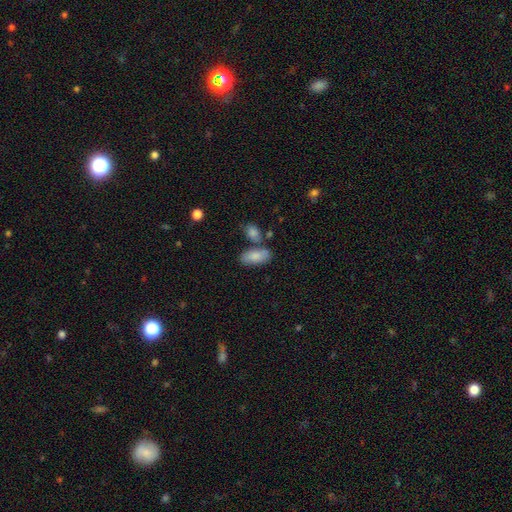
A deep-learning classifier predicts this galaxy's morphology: This is clearly a smooth galaxy (82%). How rounded: clearly in between (89%). Merging: likely none (61%).